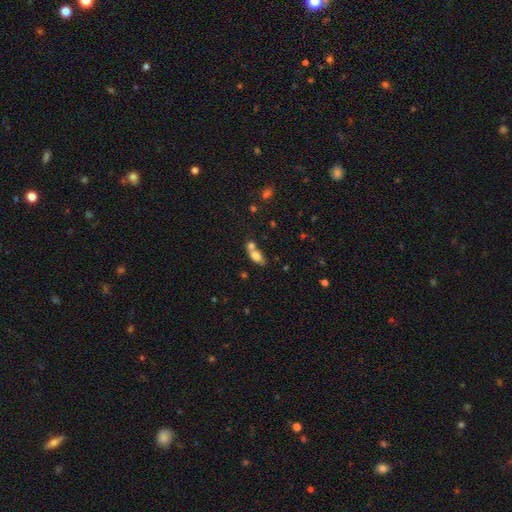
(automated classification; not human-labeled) smooth 71%, featured or disk 20%, star or artifact 9%. Down the decision tree: how rounded — in between (80%); merging — merger (46%).